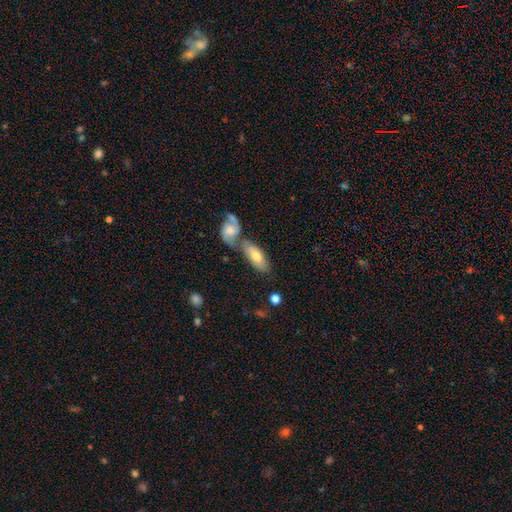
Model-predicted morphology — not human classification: Overall: smooth (59%; featured or disk 35%). How rounded: in between (82%). Merging: merger (45%; none 38%).